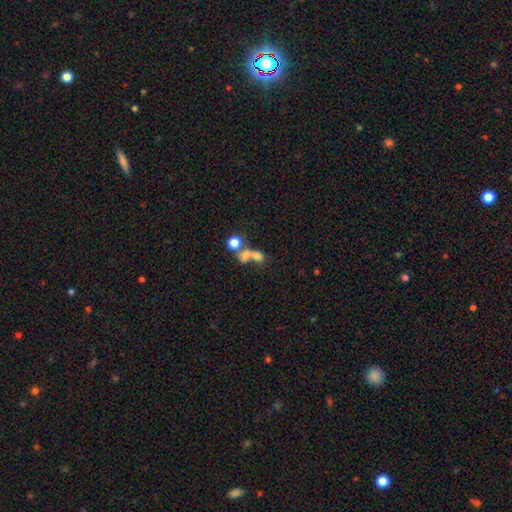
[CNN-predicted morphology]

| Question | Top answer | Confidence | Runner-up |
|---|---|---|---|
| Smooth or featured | smooth | 67% | featured or disk (18%) |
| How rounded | in between | 59% | round (37%) |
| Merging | merger | 58% | none (24%) |